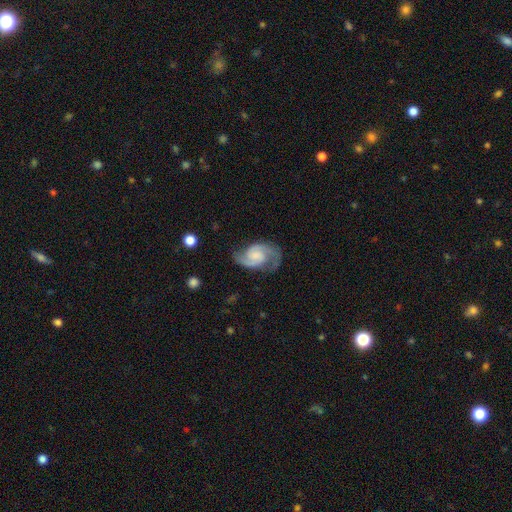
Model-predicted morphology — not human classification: featured or disk 87%, smooth 8%, star or artifact 5%. Down the decision tree: edge-on disk — no (98%); bar — no (56%); spiral arms — yes (97%); spiral arm count — 2 (93%); spiral winding — medium (56%); bulge size — none (39%); merging — none (73%).